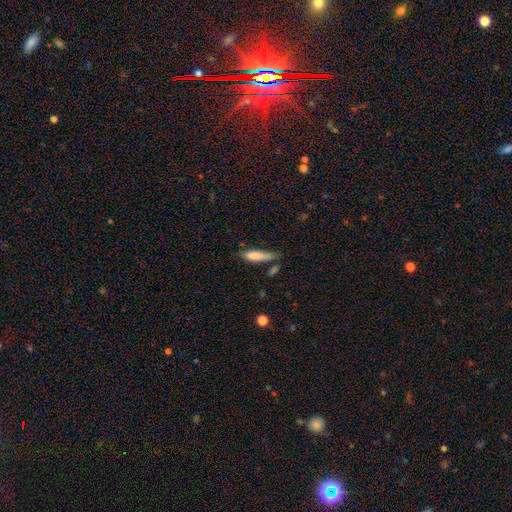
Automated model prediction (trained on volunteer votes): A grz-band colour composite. It shows a smooth galaxy with no disk features (80%) that is cigar-shaped (73%). Merging: none (56%).